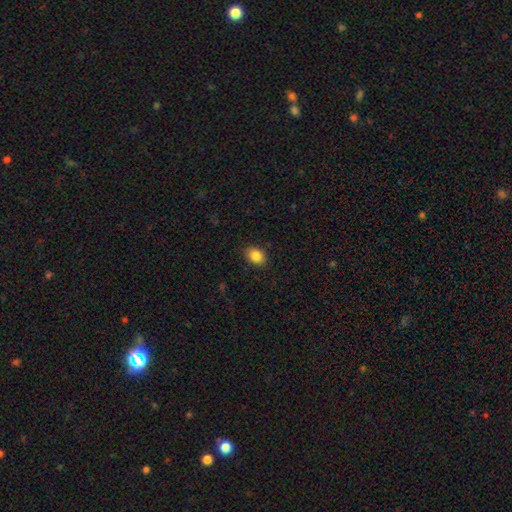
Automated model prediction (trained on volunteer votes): Smooth or featured? smooth (87%)
How rounded? in between (63%)
Merging? none (88%)